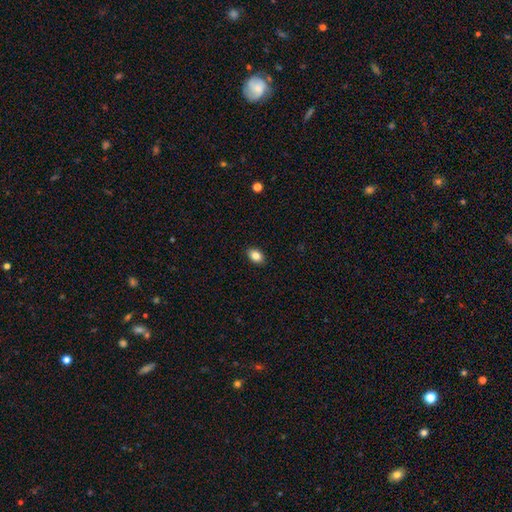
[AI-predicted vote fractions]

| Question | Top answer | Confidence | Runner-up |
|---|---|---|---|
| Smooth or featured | smooth | 85% | star or artifact (9%) |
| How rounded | in between | 82% | round (17%) |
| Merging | none | 89% | minor disturbance (8%) |